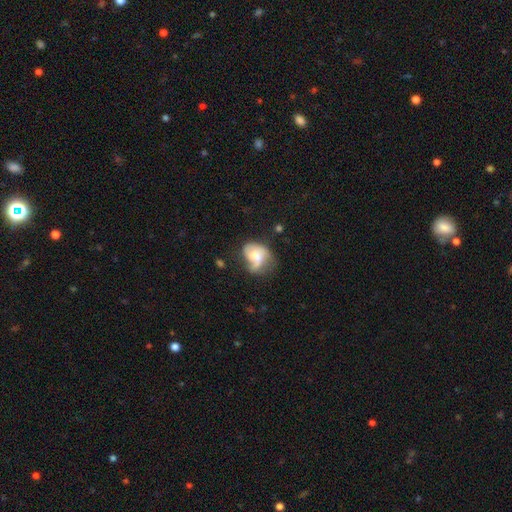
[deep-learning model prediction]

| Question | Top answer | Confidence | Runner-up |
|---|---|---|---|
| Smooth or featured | featured or disk | 53% | smooth (39%) |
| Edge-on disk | no | 97% | yes (3%) |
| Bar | no | 68% | weak (26%) |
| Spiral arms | yes | 70% | no (30%) |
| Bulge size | moderate | 41% | small (24%) |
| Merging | major disturbance | 33% | none (31%) |